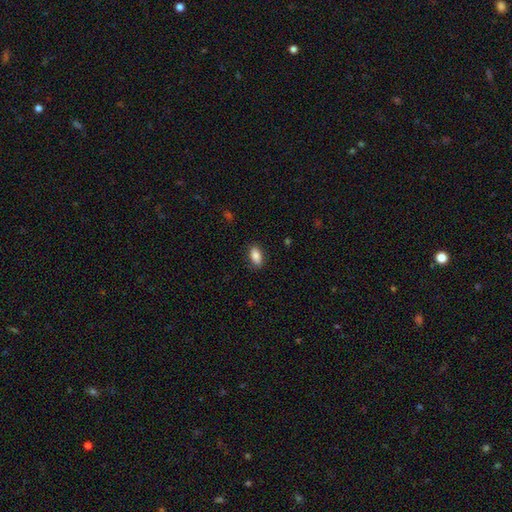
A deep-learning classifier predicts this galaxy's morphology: smooth 85%, featured or disk 8%, star or artifact 7%. Down the decision tree: how rounded — in between (90%); merging — none (85%).